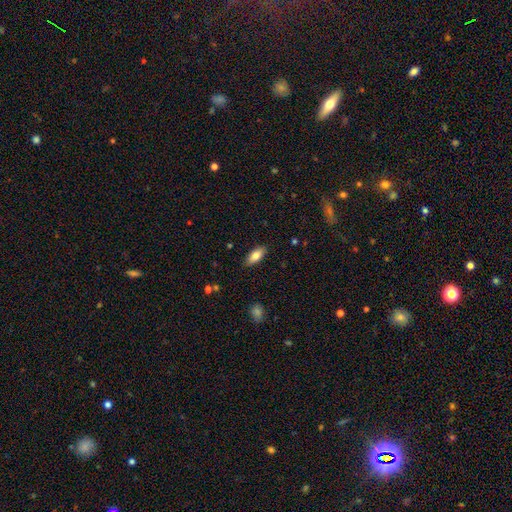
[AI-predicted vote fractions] A smooth galaxy with no disk features (79%) that is in between round and cigar-shaped (83%).

Vote fractions:
- Smooth or featured? smooth: 79% / featured or disk: 14% / star or artifact: 7%
- How rounded? in between: 83% / cigar-shaped: 15% / round: 2%
- Merging? none: 87% / minor disturbance: 10% / major disturbance: 2% / merger: 1%